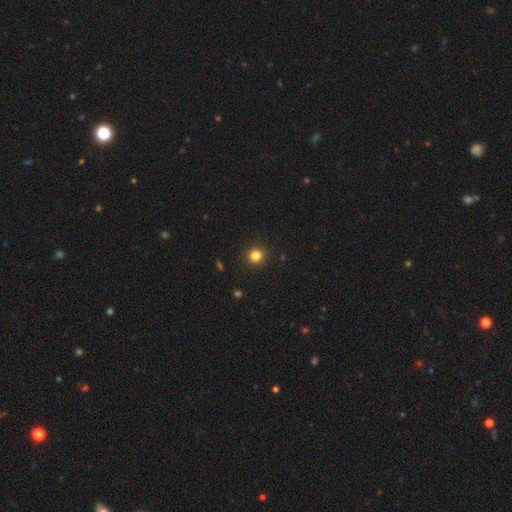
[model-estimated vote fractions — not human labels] A smooth galaxy with no disk features (83%) that is round (92%). Merging: none (92%).